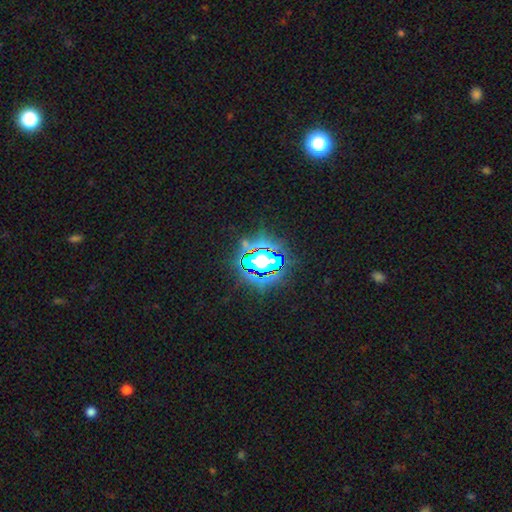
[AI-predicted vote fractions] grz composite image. It shows a star or artifact, not a galaxy (80%).